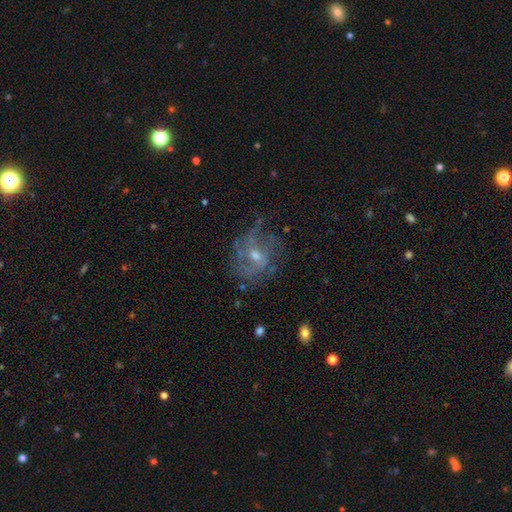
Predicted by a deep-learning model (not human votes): A featured or disk galaxy (72%) with no bar (56%), medium (42%) spiral arms (77%) and a moderate central bulge (50%). Merging: none (58%).